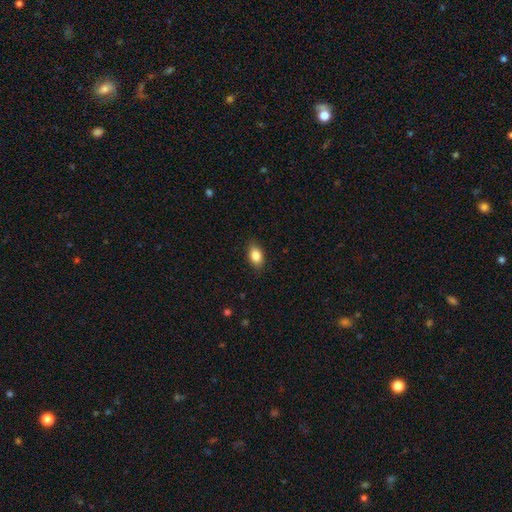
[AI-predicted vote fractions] Morphology: type=smooth (86%); roundness=in between (88%); merging=none (86%).